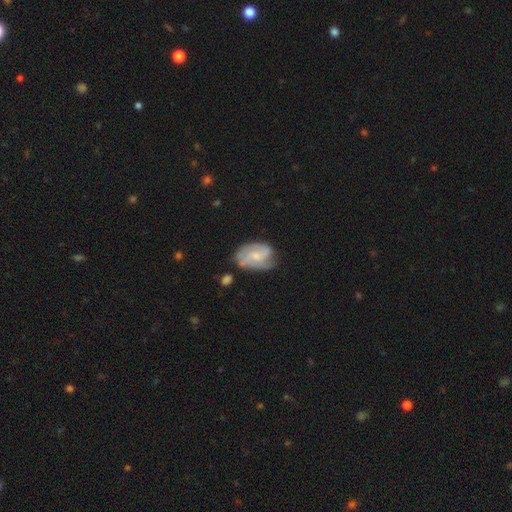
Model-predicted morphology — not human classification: Q: Smooth or featured?
A: featured or disk (75%); runner-up: smooth (20%)
Q: Edge-on disk?
A: no (97%); runner-up: yes (3%)
Q: Bar?
A: no (54%); runner-up: weak (40%)
Q: Spiral arms?
A: yes (93%); runner-up: no (7%)
Q: Spiral winding?
A: medium (45%); runner-up: tight (39%)
Q: Spiral arm count?
A: 2 (48%); runner-up: 3 (25%)
Q: Bulge size?
A: small (48%); runner-up: moderate (38%)
Q: Merging?
A: none (60%); runner-up: minor disturbance (28%)